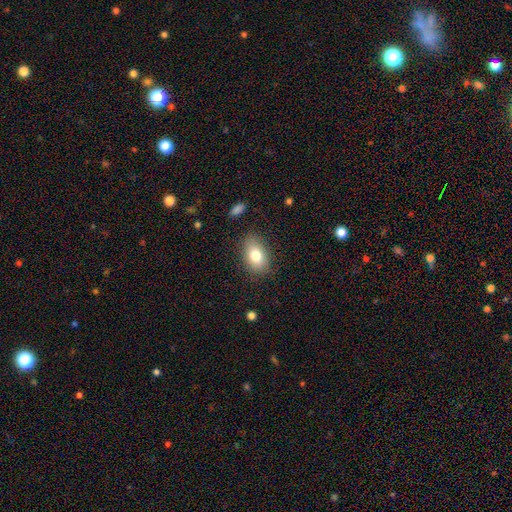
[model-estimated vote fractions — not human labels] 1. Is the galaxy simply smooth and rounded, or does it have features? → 78% smooth, 13% featured or disk, 9% star or artifact.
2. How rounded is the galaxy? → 84% in between, 14% round, 2% cigar-shaped.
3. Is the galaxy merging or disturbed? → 83% none, 13% minor disturbance, 3% major disturbance, 1% merger.